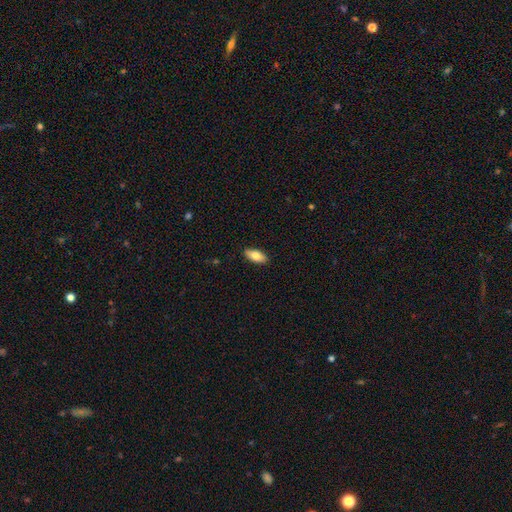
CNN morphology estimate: Q: Smooth or featured?
A: smooth (80%); runner-up: featured or disk (14%)
Q: How rounded?
A: in between (87%); runner-up: cigar-shaped (10%)
Q: Merging?
A: none (89%); runner-up: minor disturbance (8%)